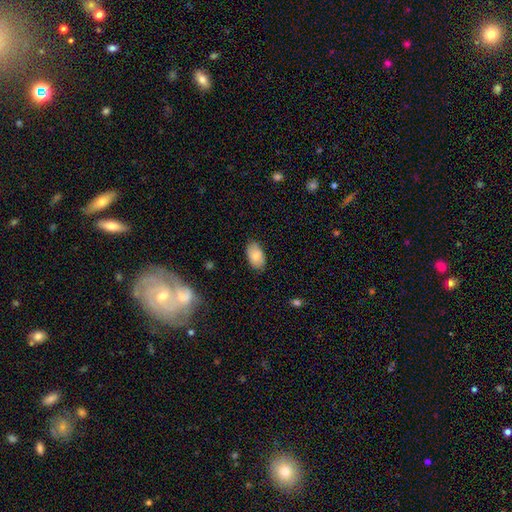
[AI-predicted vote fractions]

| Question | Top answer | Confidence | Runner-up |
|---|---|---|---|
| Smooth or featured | smooth | 77% | featured or disk (15%) |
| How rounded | in between | 93% | round (5%) |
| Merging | none | 82% | minor disturbance (14%) |